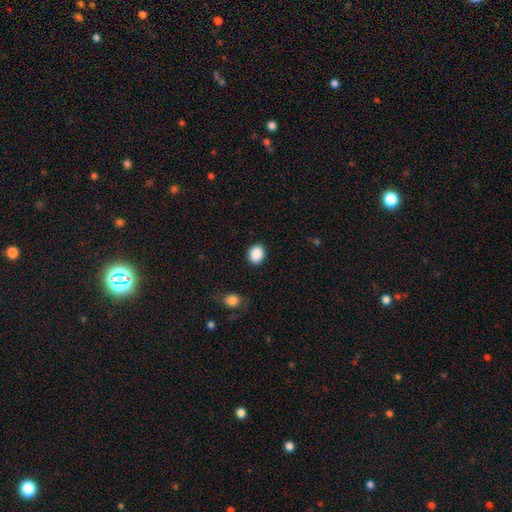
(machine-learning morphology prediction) Smooth or featured?
  - smooth: 89% *
  - star or artifact: 8%
  - featured or disk: 3%
How rounded?
  - round: 56% *
  - in between: 44%
  - cigar-shaped: 1%
Merging?
  - none: 88% *
  - minor disturbance: 7%
  - major disturbance: 3%
  - merger: 2%